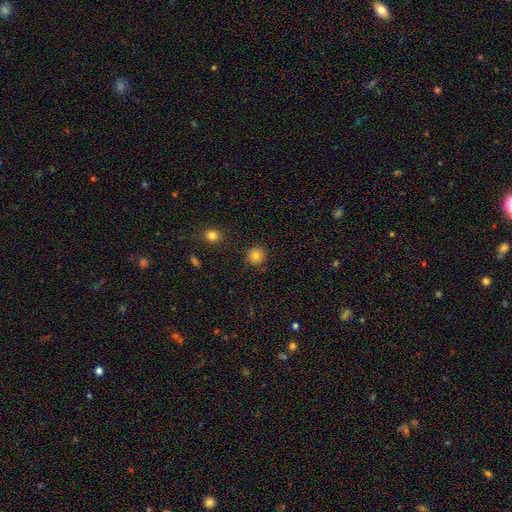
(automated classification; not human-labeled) Morphology: type=smooth (82%); roundness=round (92%); merging=none (88%).